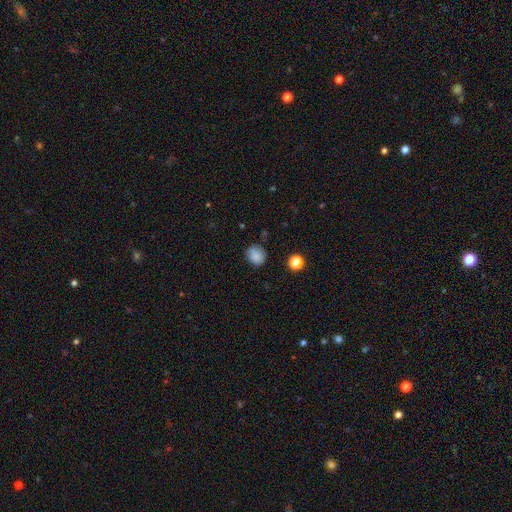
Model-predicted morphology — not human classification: Smooth or featured? smooth (84%)
How rounded? round (74%)
Merging? none (76%)